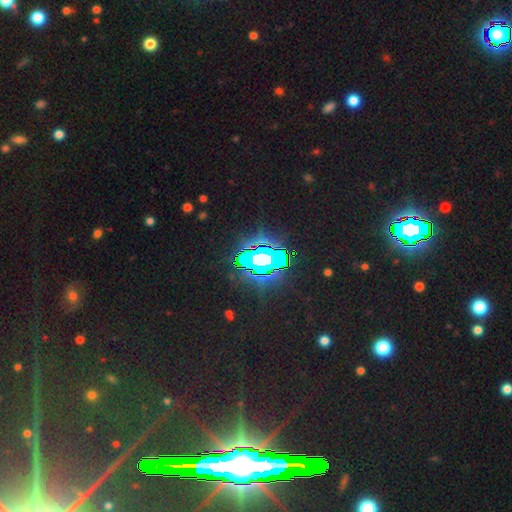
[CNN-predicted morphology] Smooth or featured: star or artifact — 83% (smooth — 9%)